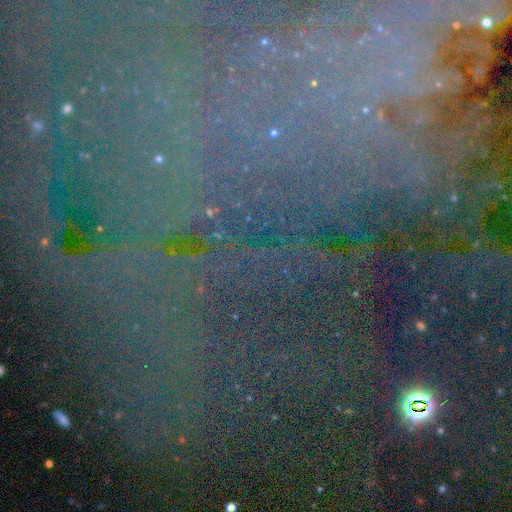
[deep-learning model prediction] Smooth or featured? star or artifact (77%)